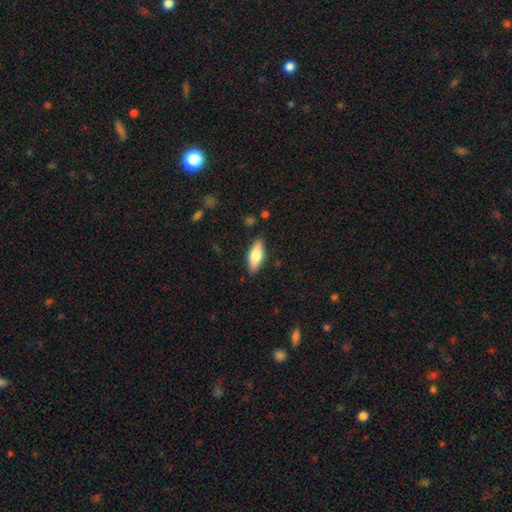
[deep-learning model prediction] A smooth galaxy with no disk features (72%) that is in between round and cigar-shaped (76%).

Vote fractions:
- Smooth or featured? smooth: 72% / featured or disk: 22% / star or artifact: 6%
- How rounded? in between: 76% / cigar-shaped: 22% / round: 2%
- Merging? none: 86% / minor disturbance: 10% / major disturbance: 2% / merger: 1%